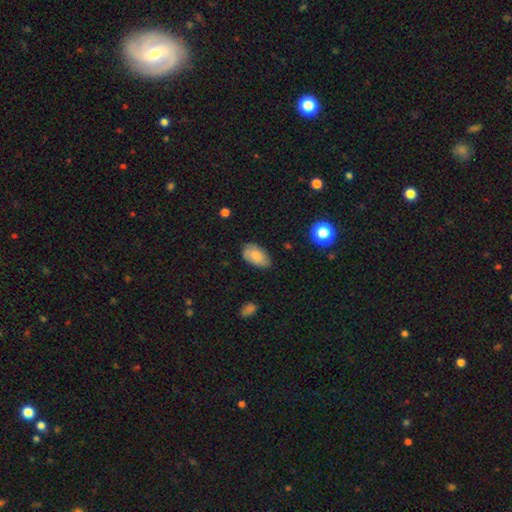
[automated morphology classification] This is clearly a smooth galaxy (80%). How rounded: clearly in between (93%). Merging: likely none (74%).